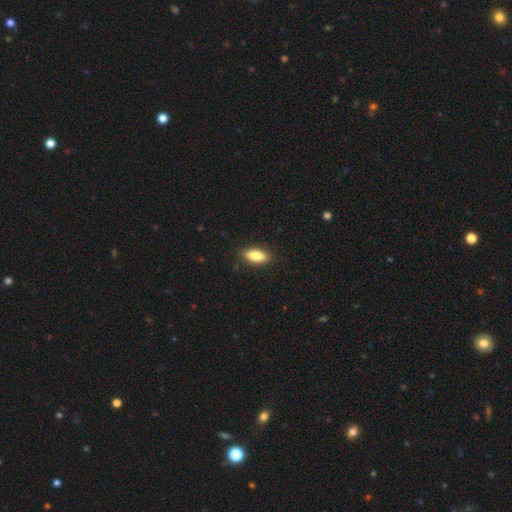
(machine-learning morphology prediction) A smooth galaxy with no disk features (82%) that is in between round and cigar-shaped (70%). Merging: none (87%).